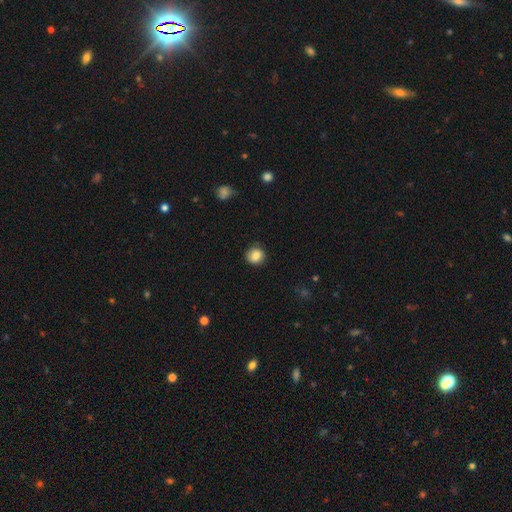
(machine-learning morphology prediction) Smooth or featured: smooth — 82% (featured or disk — 9%)
How rounded: round — 82% (in between — 18%)
Merging: none — 82% (minor disturbance — 14%)